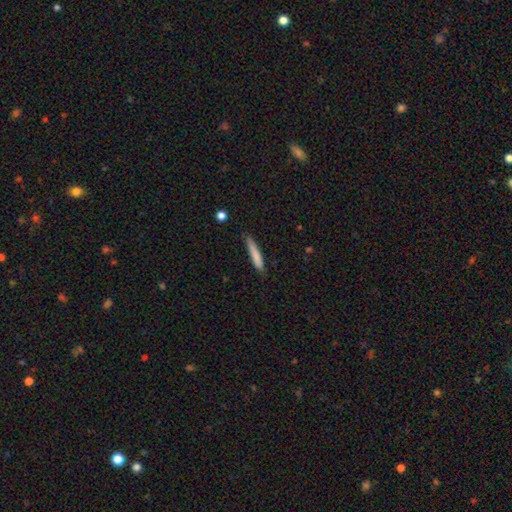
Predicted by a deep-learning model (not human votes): smooth_or_featured: smooth (p=0.79) [alt: featured or disk p=0.14]
how_rounded: cigar-shaped (p=0.92) [alt: in between p=0.07]
merging: none (p=0.78) [alt: minor disturbance p=0.17]